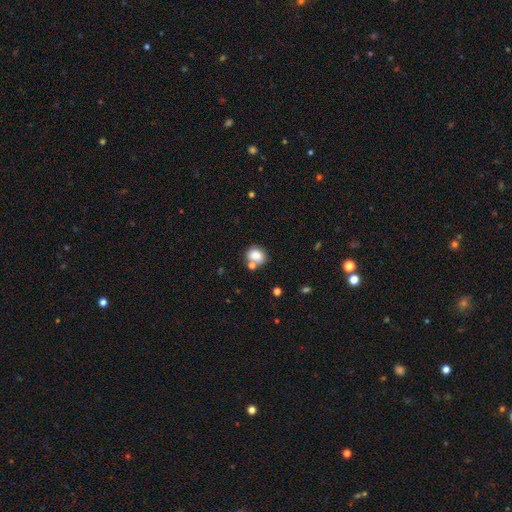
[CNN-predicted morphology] Smooth or featured: smooth — 82% (star or artifact — 10%)
How rounded: round — 54% (in between — 45%)
Merging: none — 56% (merger — 24%)